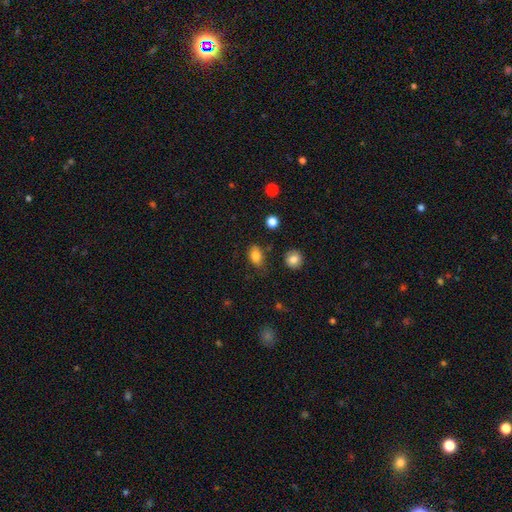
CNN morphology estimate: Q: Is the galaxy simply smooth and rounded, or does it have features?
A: smooth — 83%.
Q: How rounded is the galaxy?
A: in between — 81%.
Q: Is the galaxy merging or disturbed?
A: none — 73%.